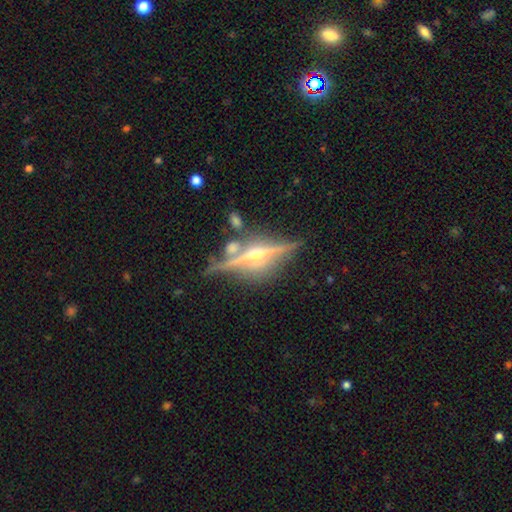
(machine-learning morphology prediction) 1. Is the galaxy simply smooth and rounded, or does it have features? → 83% featured or disk, 9% smooth, 8% star or artifact.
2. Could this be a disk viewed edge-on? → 96% yes, 4% no.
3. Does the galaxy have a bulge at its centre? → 91% rounded, 5% none, 4% boxy.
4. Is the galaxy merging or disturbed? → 79% none, 12% minor disturbance, 6% merger, 3% major disturbance.